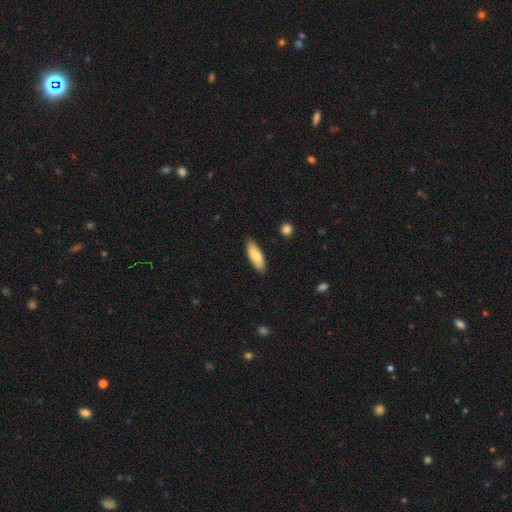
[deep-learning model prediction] A smooth galaxy with no disk features (81%) that is in between round and cigar-shaped (62%).

Vote fractions:
- Smooth or featured? smooth: 81% / featured or disk: 14% / star or artifact: 5%
- How rounded? in between: 62% / cigar-shaped: 36% / round: 2%
- Merging? none: 87% / minor disturbance: 10% / major disturbance: 2% / merger: 1%